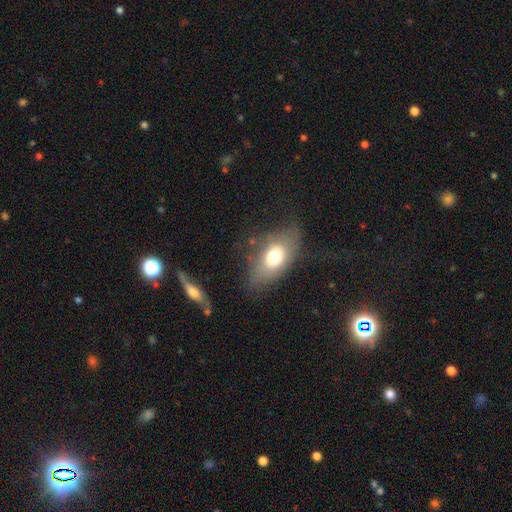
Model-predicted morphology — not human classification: The model was most divided on "smooth or featured": smooth: 56%, featured or disk: 29%, star or artifact: 15%. More confident: how rounded — in between (82%); merging — none (64%).